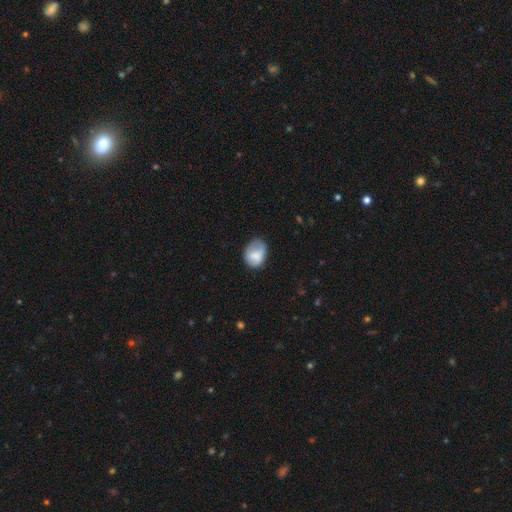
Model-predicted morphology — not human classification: A smooth galaxy with no disk features (73%) that is in between round and cigar-shaped (69%).

Vote fractions:
- Smooth or featured? smooth: 73% / featured or disk: 20% / star or artifact: 7%
- How rounded? in between: 69% / round: 30% / cigar-shaped: 1%
- Merging? none: 54% / minor disturbance: 32% / major disturbance: 12% / merger: 2%